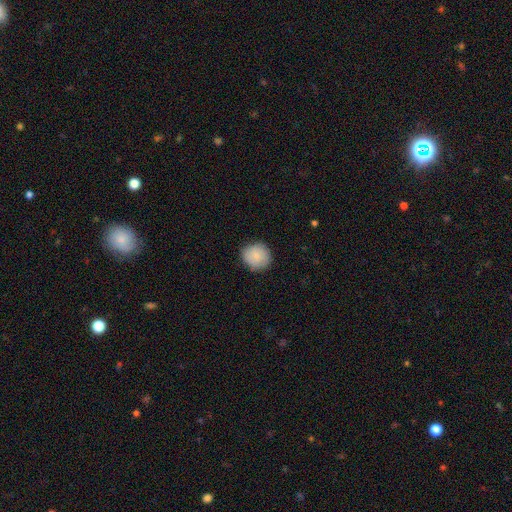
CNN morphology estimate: Smooth or featured? smooth (84%)
How rounded? round (89%)
Merging? none (85%)